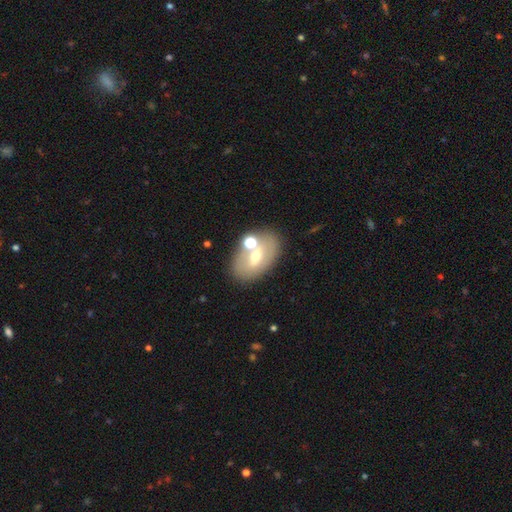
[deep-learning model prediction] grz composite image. It shows a smooth galaxy with no disk features (47%). Merging: none (67%).